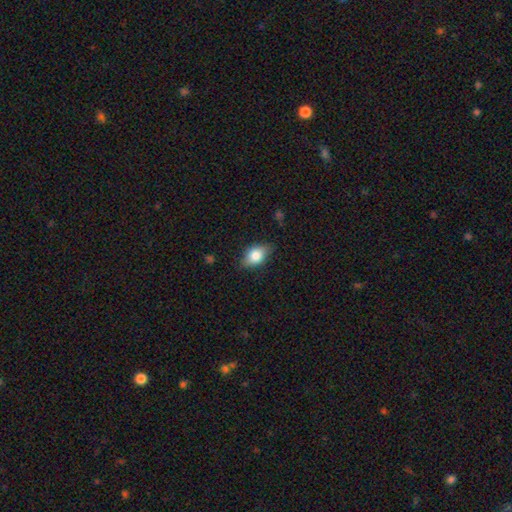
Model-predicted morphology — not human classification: This appears to be a smooth galaxy with no disk features (75%) that is in between round and cigar-shaped (82%). Merging: none (77%).